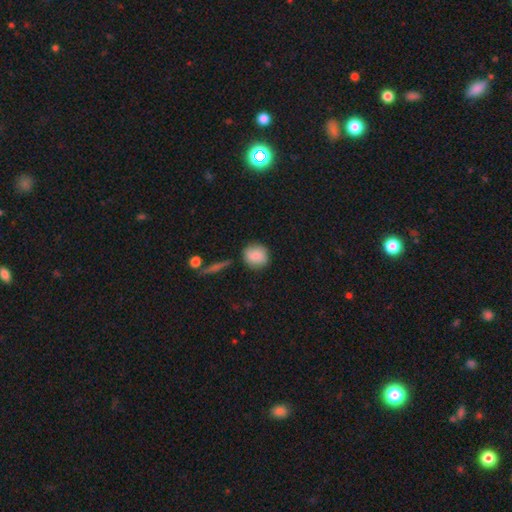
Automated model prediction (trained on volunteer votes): smooth 84%, featured or disk 8%, star or artifact 8%. Down the decision tree: how rounded — round (79%); merging — none (82%).